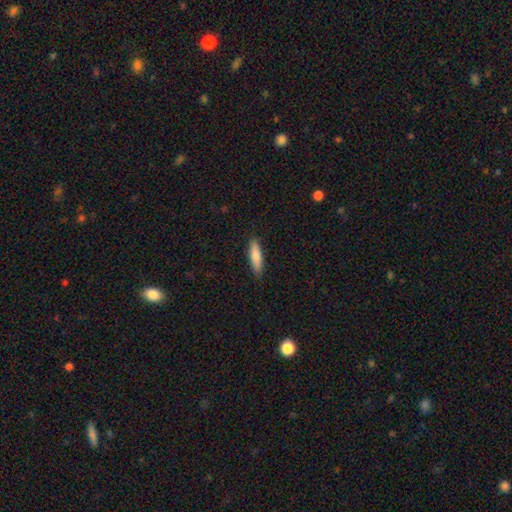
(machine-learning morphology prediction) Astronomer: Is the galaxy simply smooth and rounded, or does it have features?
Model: smooth — 80%.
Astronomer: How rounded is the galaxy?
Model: cigar-shaped — 70%.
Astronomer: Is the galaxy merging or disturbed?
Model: none — 88%.